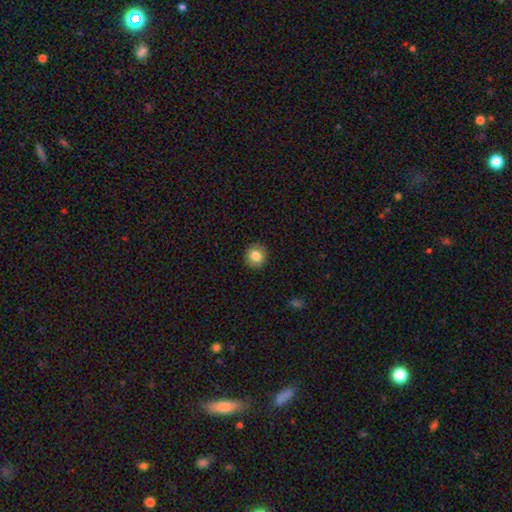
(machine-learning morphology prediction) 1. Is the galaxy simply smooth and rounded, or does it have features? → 80% smooth, 12% featured or disk, 9% star or artifact.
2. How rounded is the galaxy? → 88% round, 11% in between, 1% cigar-shaped.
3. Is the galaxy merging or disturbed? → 91% none, 6% minor disturbance, 2% major disturbance, 1% merger.